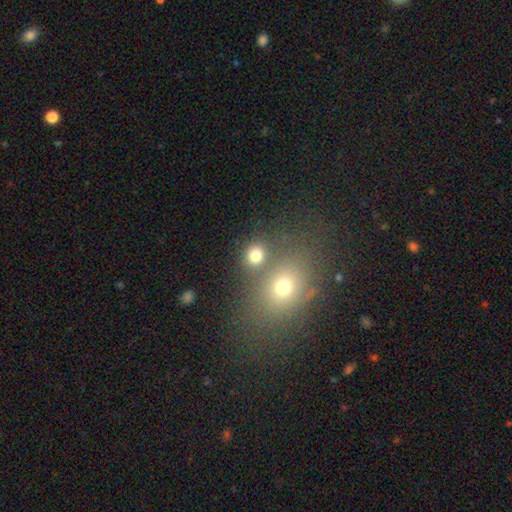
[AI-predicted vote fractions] Q: Smooth or featured?
A: smooth (77%); runner-up: star or artifact (15%)
Q: How rounded?
A: round (72%); runner-up: in between (27%)
Q: Merging?
A: none (63%); runner-up: merger (25%)